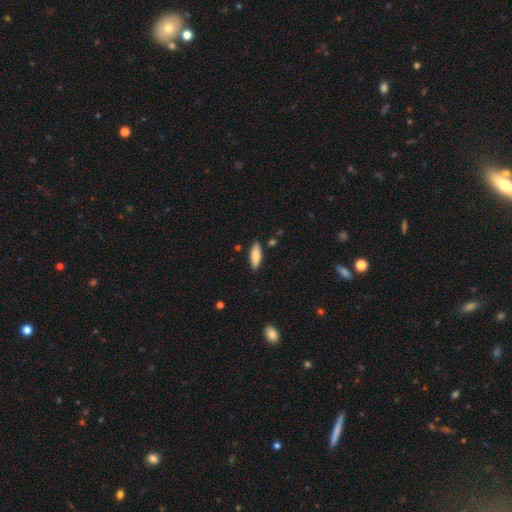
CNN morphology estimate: The model was most divided on "how rounded": in between: 63%, cigar-shaped: 35%, round: 2%. More confident: merging — none (86%); smooth or featured — smooth (80%).